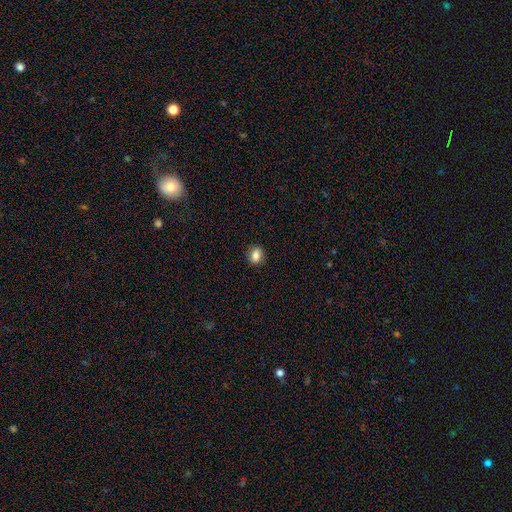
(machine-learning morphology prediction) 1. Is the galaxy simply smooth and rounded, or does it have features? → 84% smooth, 10% star or artifact, 6% featured or disk.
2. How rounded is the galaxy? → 51% in between, 48% round, 1% cigar-shaped.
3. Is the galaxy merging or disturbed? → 87% none, 9% minor disturbance, 2% major disturbance, 1% merger.